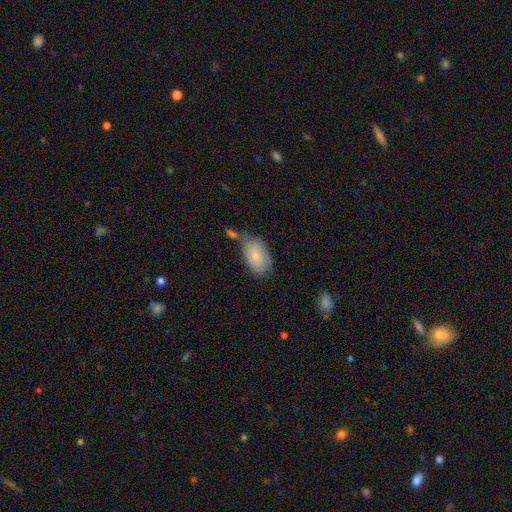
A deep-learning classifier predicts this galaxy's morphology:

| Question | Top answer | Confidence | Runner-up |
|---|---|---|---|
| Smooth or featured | smooth | 77% | featured or disk (16%) |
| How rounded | in between | 91% | round (7%) |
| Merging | none | 52% | minor disturbance (25%) |